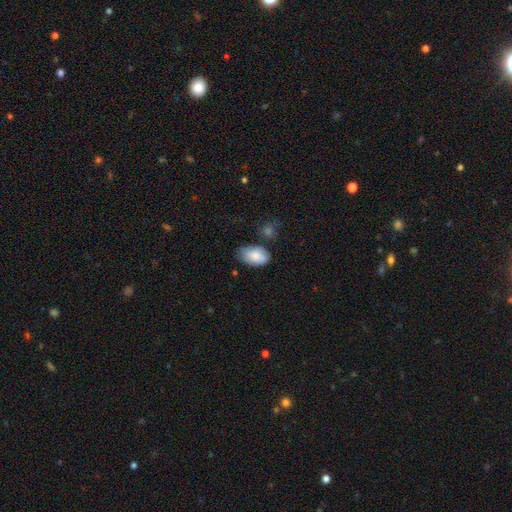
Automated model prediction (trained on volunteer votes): Overall: smooth (84%). How rounded: in between (93%). Merging: none (58%; minor disturbance 29%).